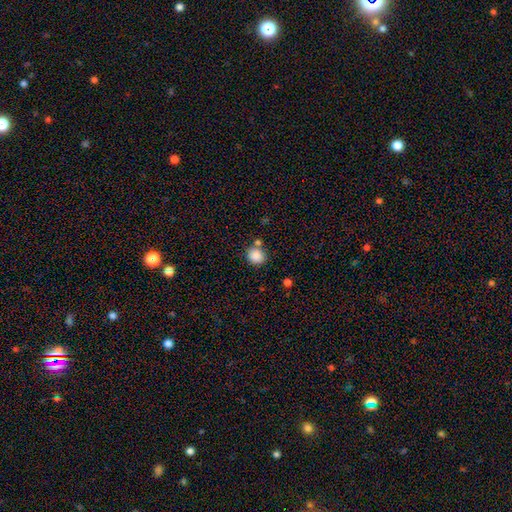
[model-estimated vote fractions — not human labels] smooth-or-featured: smooth: 86% | star or artifact: 10% | featured or disk: 4%
  how-rounded: round: 83% | in between: 16% | cigar-shaped: 1%
  merging: none: 70% | merger: 14% | minor disturbance: 11% | major disturbance: 4%